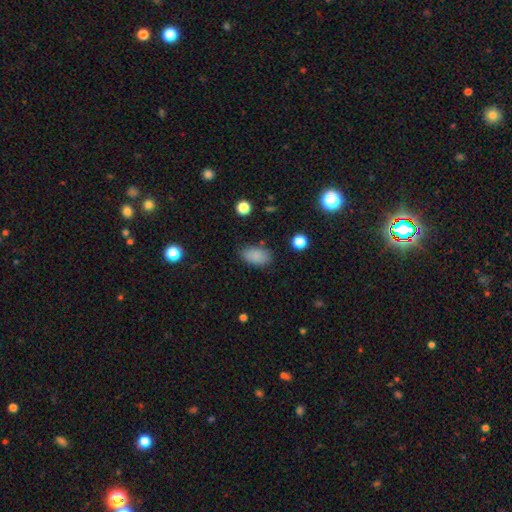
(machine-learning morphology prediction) The model was most divided on "merging": none: 80%, minor disturbance: 14%, major disturbance: 4%, merger: 2%. More confident: how rounded — in between (91%); smooth or featured — smooth (86%).